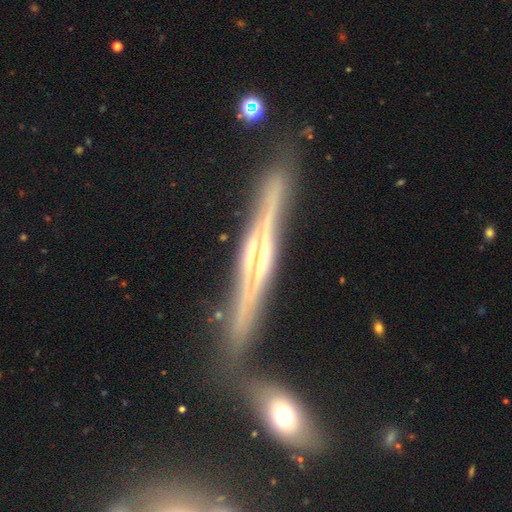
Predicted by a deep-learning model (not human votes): A featured or disk galaxy (87%) viewed edge-on (97%) with a rounded central bulge (61%). Merging: none (84%).